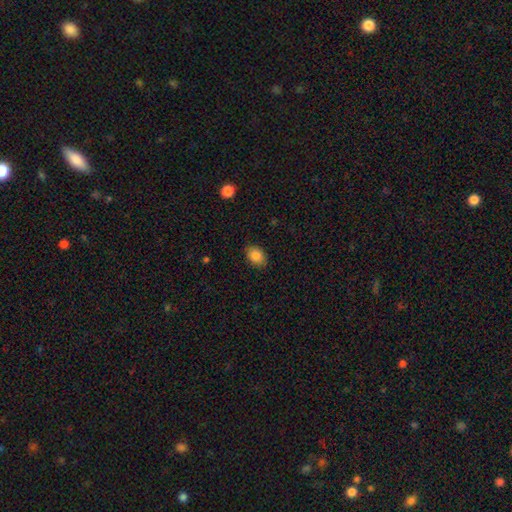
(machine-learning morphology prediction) Smooth or featured?
  - smooth: 85% *
  - star or artifact: 8%
  - featured or disk: 7%
How rounded?
  - in between: 75% *
  - round: 24%
  - cigar-shaped: 1%
Merging?
  - none: 87% *
  - minor disturbance: 10%
  - major disturbance: 2%
  - merger: 1%